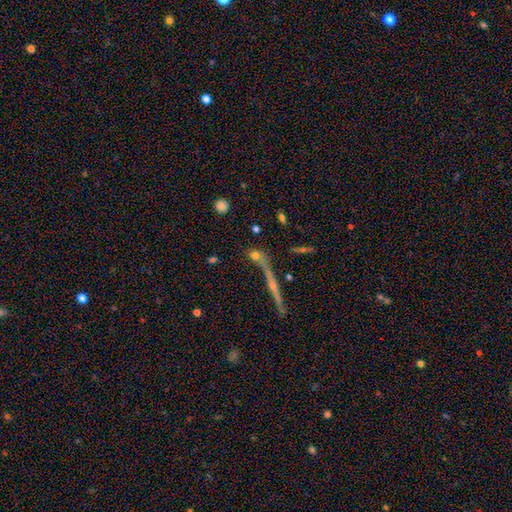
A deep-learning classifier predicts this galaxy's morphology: Q: Smooth or featured?
A: featured or disk (46%); runner-up: star or artifact (29%)
Q: Merging?
A: none (65%); runner-up: merger (16%)